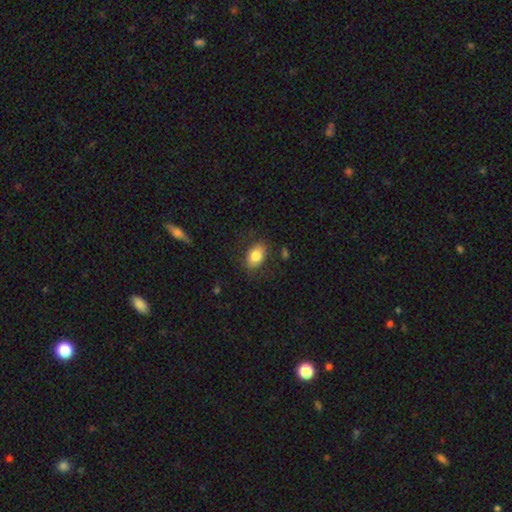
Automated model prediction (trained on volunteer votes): Overall: smooth (81%). How rounded: in between (84%). Merging: none (80%).